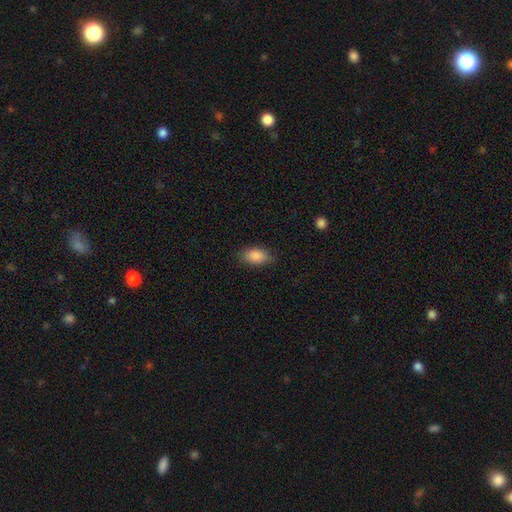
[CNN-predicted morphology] This is clearly a smooth galaxy (88%). How rounded: clearly in between (90%). Merging: clearly none (84%).